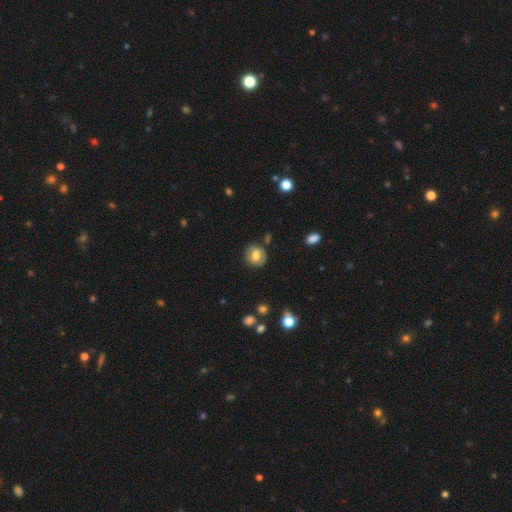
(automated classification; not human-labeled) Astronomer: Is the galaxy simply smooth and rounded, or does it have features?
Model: smooth — 68%.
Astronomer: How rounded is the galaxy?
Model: round — 77%.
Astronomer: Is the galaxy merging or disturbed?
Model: none — 83%.